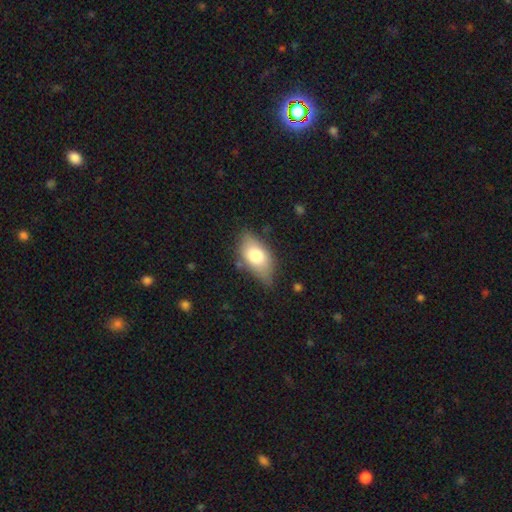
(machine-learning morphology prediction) The model was most divided on "merging": none: 66%, minor disturbance: 26%, major disturbance: 6%, merger: 2%. More confident: how rounded — in between (89%); smooth or featured — smooth (73%).